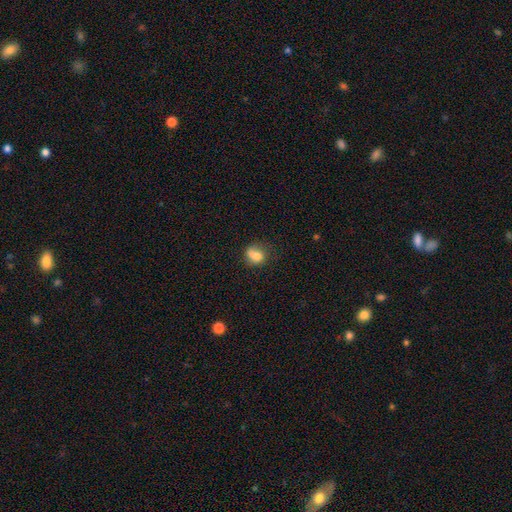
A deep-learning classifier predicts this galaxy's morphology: Q: Smooth or featured?
A: smooth (77%); runner-up: featured or disk (13%)
Q: How rounded?
A: in between (49%); tied with: round (49%)
Q: Merging?
A: none (51%); runner-up: minor disturbance (26%)